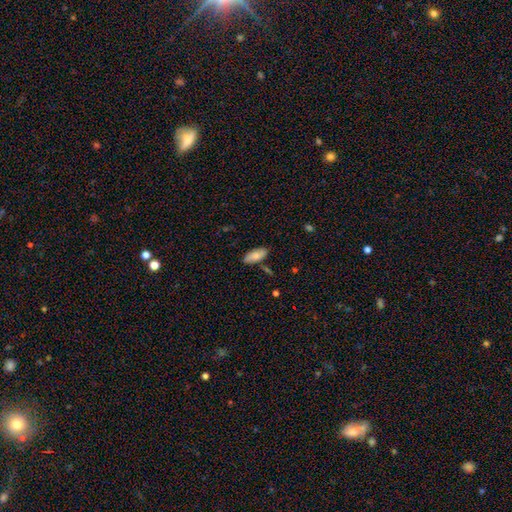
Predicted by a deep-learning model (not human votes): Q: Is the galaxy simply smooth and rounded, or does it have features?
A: smooth — 81%.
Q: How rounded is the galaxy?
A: in between — 85%.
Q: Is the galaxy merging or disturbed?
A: none — 81%.